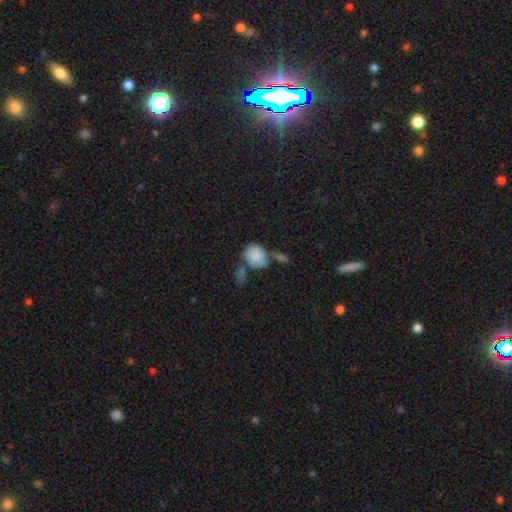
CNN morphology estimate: A smooth galaxy with no disk features (81%) that is round (53%).

Vote fractions:
- Smooth or featured? smooth: 81% / featured or disk: 11% / star or artifact: 8%
- How rounded? round: 53% / in between: 45% / cigar-shaped: 1%
- Merging? merger: 41% / none: 30% / minor disturbance: 17% / major disturbance: 11%